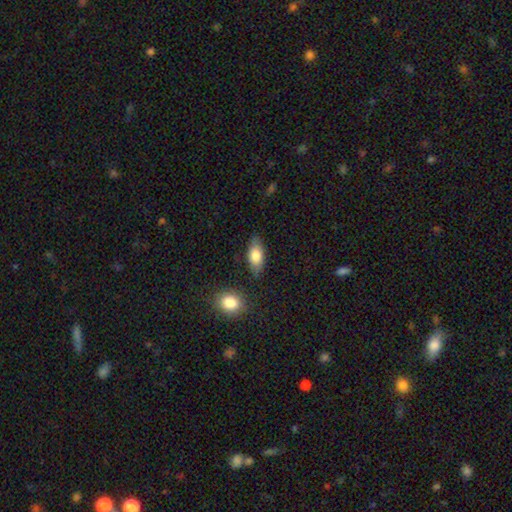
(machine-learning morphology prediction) Smooth or featured: smooth — 78% (featured or disk — 15%)
How rounded: in between — 85% (cigar-shaped — 11%)
Merging: none — 82% (minor disturbance — 12%)